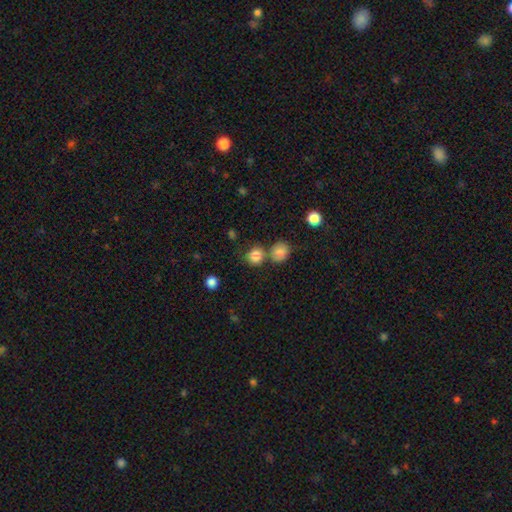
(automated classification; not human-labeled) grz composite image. It shows a smooth galaxy with no disk features (83%) that is round (82%). Merging: none (58%).